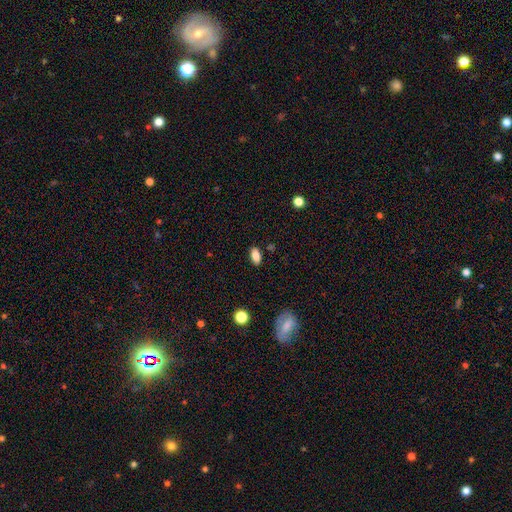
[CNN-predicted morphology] A smooth galaxy with no disk features (85%) that is in between round and cigar-shaped (90%).

Vote fractions:
- Smooth or featured? smooth: 85% / star or artifact: 9% / featured or disk: 6%
- How rounded? in between: 90% / round: 5% / cigar-shaped: 5%
- Merging? none: 87% / minor disturbance: 9% / major disturbance: 2% / merger: 2%